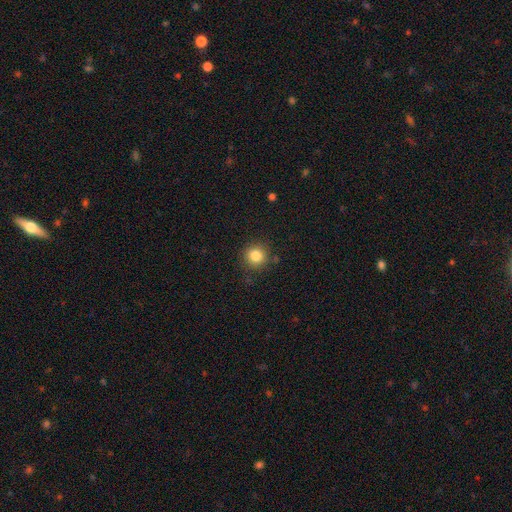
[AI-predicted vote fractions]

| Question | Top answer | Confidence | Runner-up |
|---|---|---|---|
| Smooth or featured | smooth | 84% | star or artifact (11%) |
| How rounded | round | 93% | in between (6%) |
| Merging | none | 87% | minor disturbance (8%) |